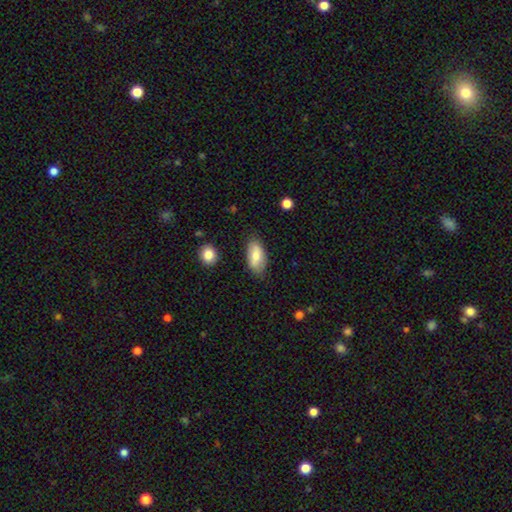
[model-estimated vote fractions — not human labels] smooth 76%, featured or disk 18%, star or artifact 6%. Down the decision tree: how rounded — in between (91%); merging — none (78%).